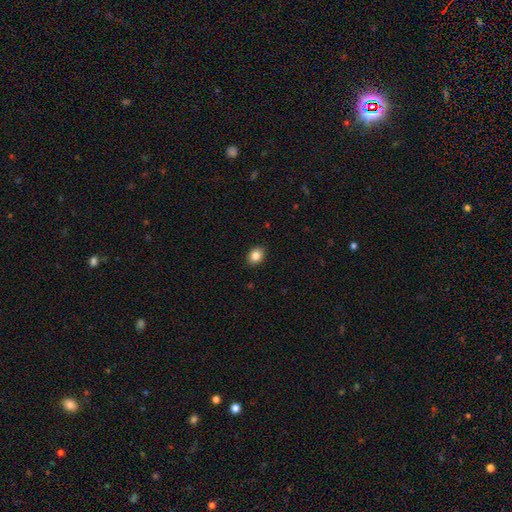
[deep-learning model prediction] Smooth or featured?
  - smooth: 86% *
  - star or artifact: 9%
  - featured or disk: 5%
How rounded?
  - in between: 60% *
  - round: 39%
  - cigar-shaped: 1%
Merging?
  - none: 90% *
  - minor disturbance: 7%
  - major disturbance: 2%
  - merger: 1%